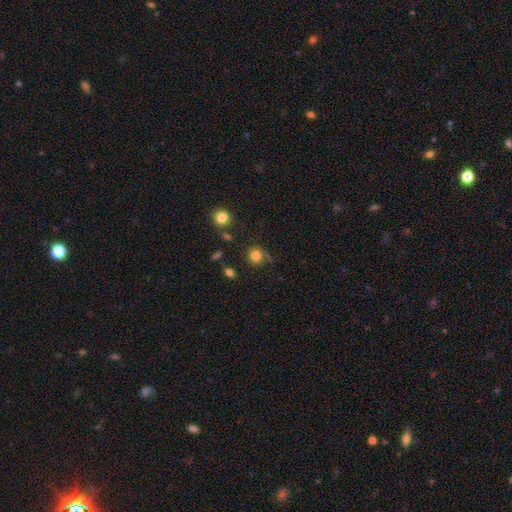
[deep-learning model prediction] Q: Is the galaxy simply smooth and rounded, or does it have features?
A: smooth — 82%.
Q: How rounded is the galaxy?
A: round — 88%.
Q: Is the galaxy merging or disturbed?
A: none — 74%.